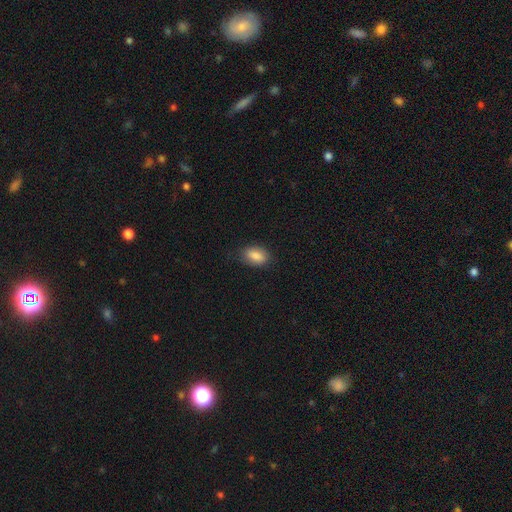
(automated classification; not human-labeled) Smooth or featured: smooth — 87% (star or artifact — 8%)
How rounded: in between — 89% (round — 9%)
Merging: none — 81% (minor disturbance — 15%)